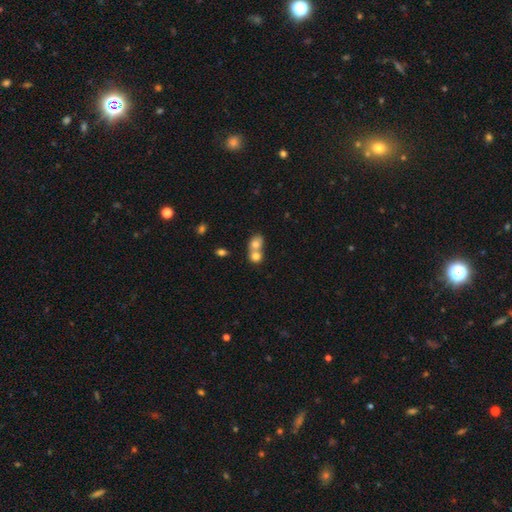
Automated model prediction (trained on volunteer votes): smooth 75%, featured or disk 15%, star or artifact 9%. Down the decision tree: how rounded — round (63%); merging — merger (69%).